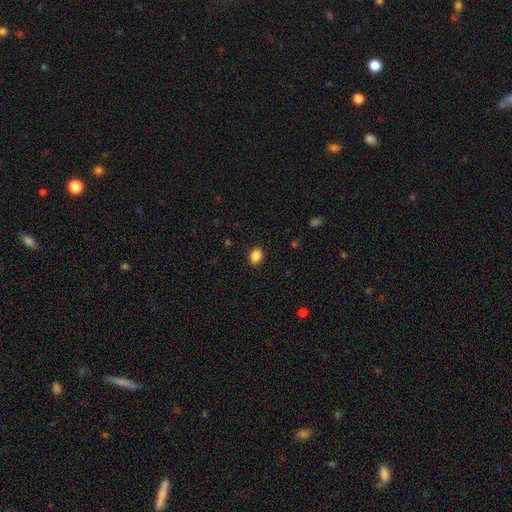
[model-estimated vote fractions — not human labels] Overall: smooth (87%). How rounded: in between (60%; round 39%). Merging: none (90%).